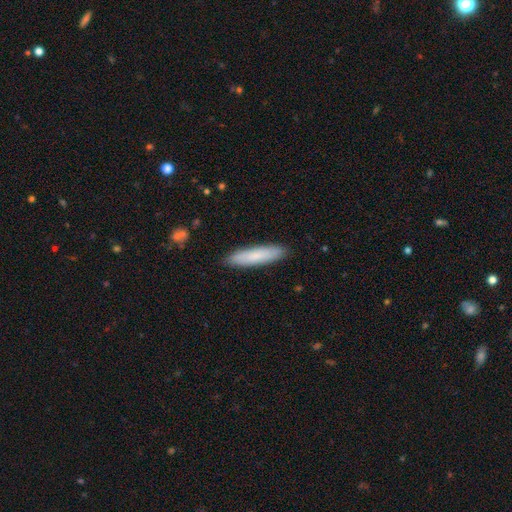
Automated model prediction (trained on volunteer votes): This appears to be a smooth galaxy with no disk features (80%) that is cigar-shaped (80%). Merging: none (90%).